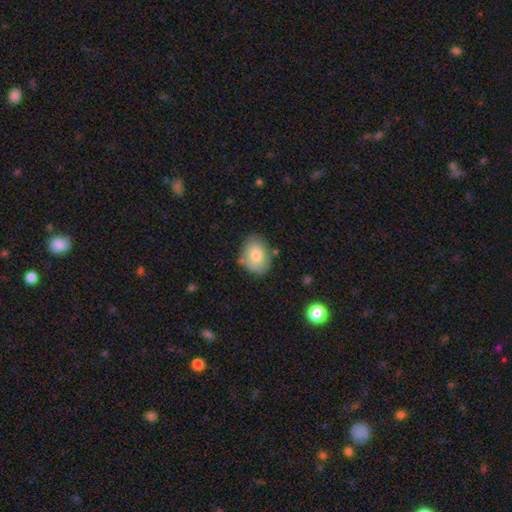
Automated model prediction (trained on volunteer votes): Morphology: type=smooth (78%); roundness=in between (70%); merging=none (73%).